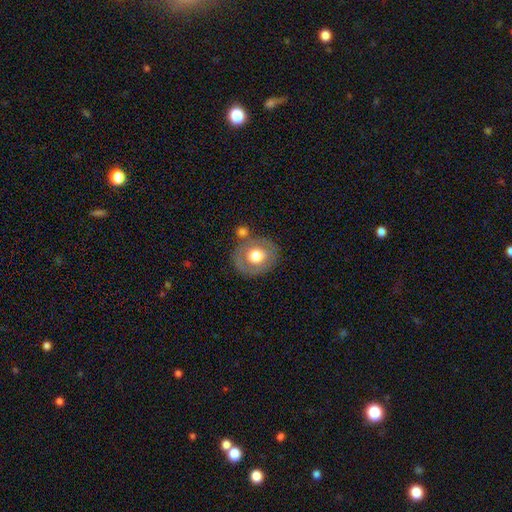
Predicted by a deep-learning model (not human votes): Smooth or featured: smooth — 58% (featured or disk — 35%)
How rounded: round — 71% (in between — 28%)
Merging: none — 69% (minor disturbance — 15%)